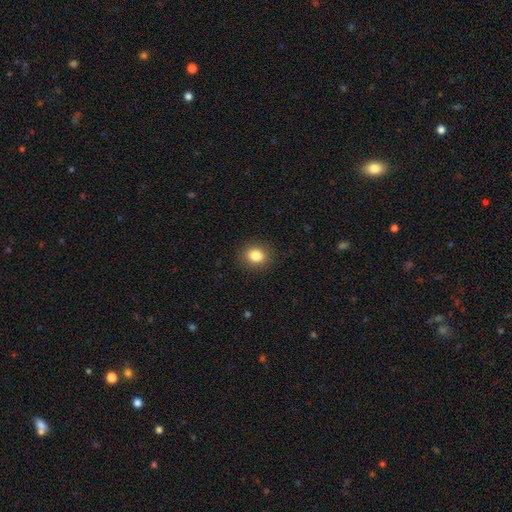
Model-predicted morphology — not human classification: This is clearly a smooth galaxy (83%). How rounded: likely round (68%). Merging: clearly none (89%).